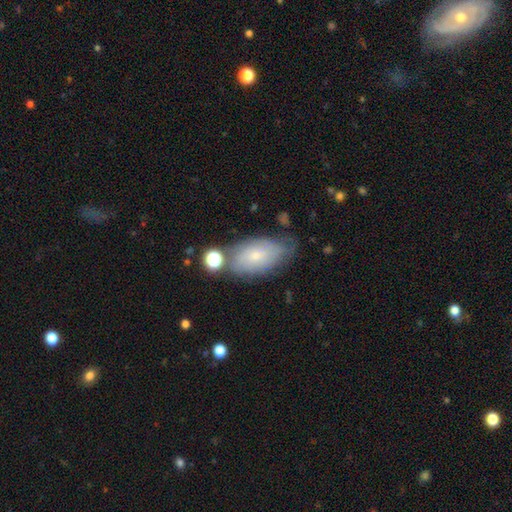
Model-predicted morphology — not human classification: Smooth or featured: smooth — 58% (featured or disk — 33%)
How rounded: in between — 91% (round — 5%)
Merging: none — 61% (minor disturbance — 24%)